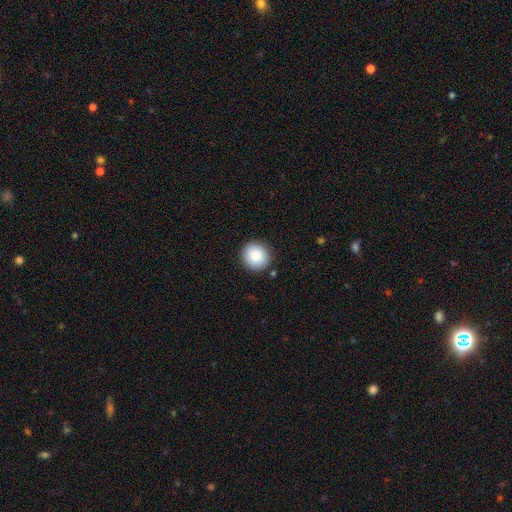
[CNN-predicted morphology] A smooth galaxy with no disk features (85%) that is round (91%). Merging: none (89%).